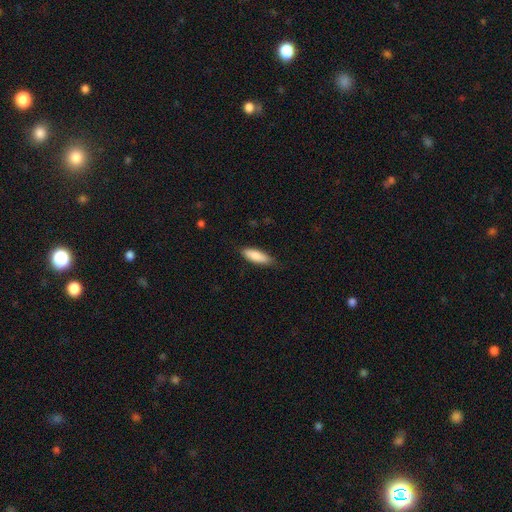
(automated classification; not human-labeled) Smooth or featured? smooth (85%)
How rounded? in between (55%)
Merging? none (80%)